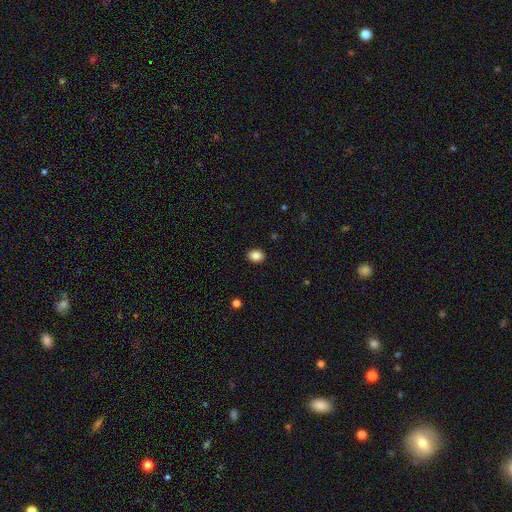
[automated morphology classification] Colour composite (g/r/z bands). It shows a smooth galaxy with no disk features (86%) that is in between round and cigar-shaped (52%). Merging: none (91%).